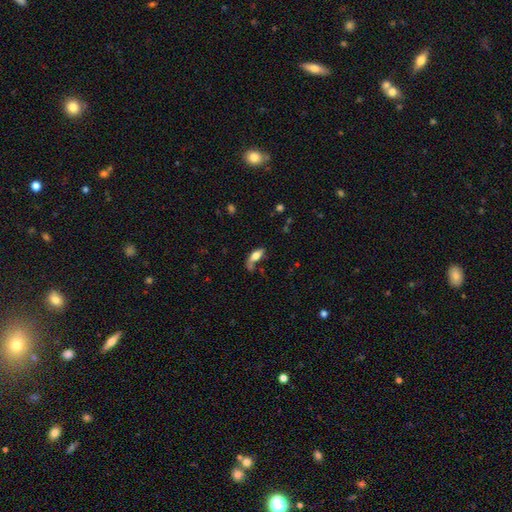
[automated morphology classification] type=smooth (67%); roundness=in between (73%); merging=none (43%).